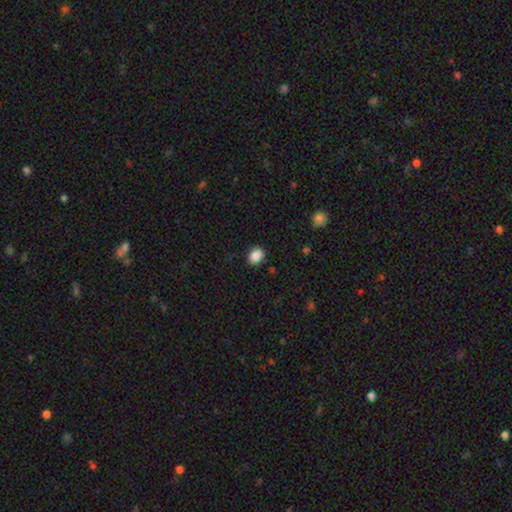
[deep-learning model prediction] Morphology: type=smooth (87%); roundness=in between (50%); merging=none (87%).